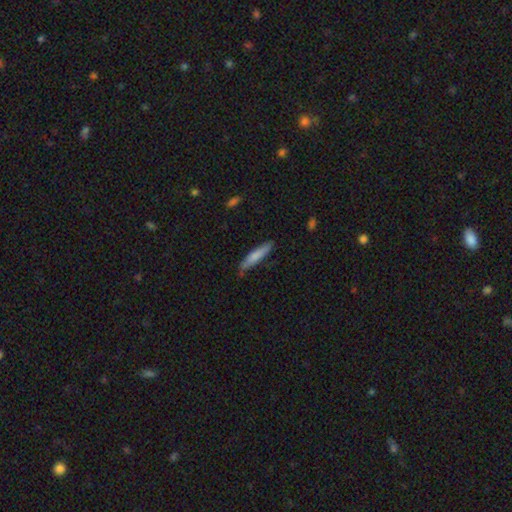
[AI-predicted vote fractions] smooth_or_featured: smooth (p=0.76) [alt: featured or disk p=0.19]
how_rounded: cigar-shaped (p=0.87) [alt: in between p=0.12]
merging: none (p=0.75) [alt: minor disturbance p=0.19]